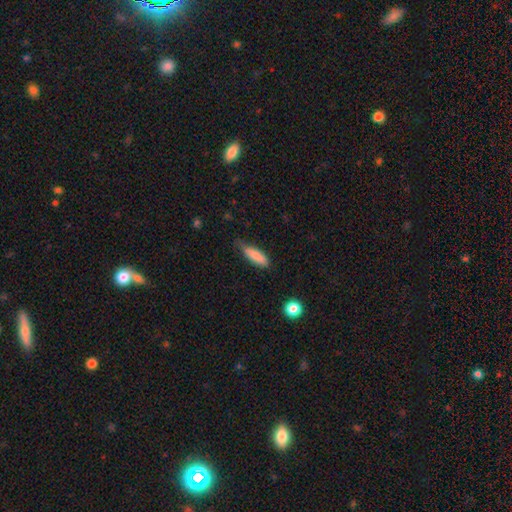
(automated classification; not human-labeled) Q: Smooth or featured?
A: smooth (84%); runner-up: featured or disk (9%)
Q: How rounded?
A: cigar-shaped (50%); runner-up: in between (49%)
Q: Merging?
A: none (55%); runner-up: minor disturbance (36%)